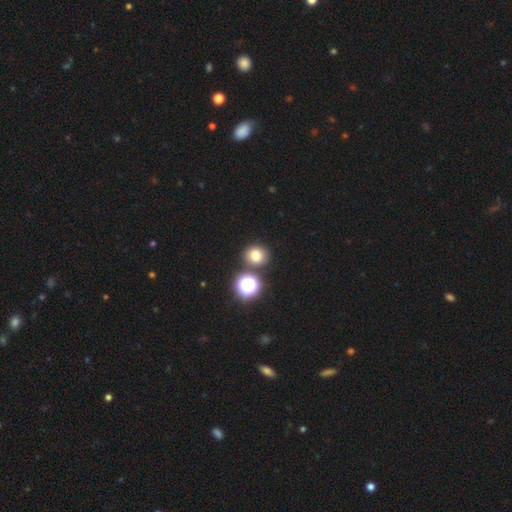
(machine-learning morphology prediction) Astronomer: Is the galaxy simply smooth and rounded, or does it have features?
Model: smooth — 75%.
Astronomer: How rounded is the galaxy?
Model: round — 77%.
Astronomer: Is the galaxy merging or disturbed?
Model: none — 76%.